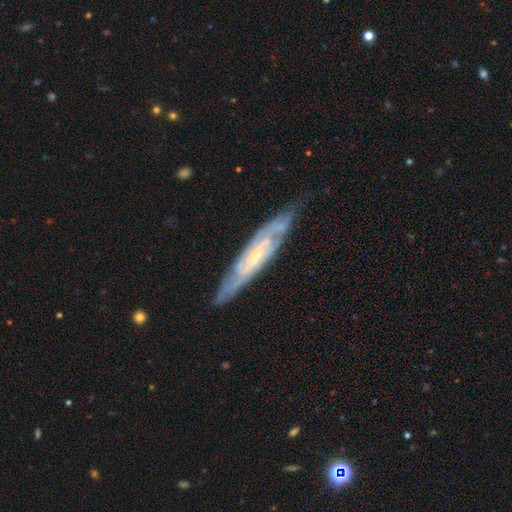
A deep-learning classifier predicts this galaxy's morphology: featured or disk 78%, smooth 17%, star or artifact 6%. Down the decision tree: edge-on disk — no (55%); merging — none (78%).